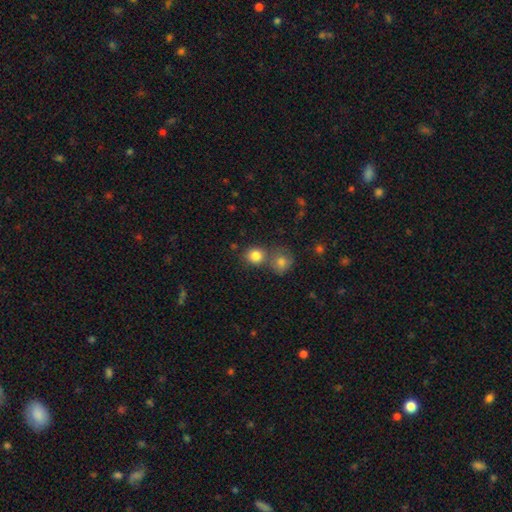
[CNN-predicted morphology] type=smooth (83%); roundness=round (78%); merging=none (56%).